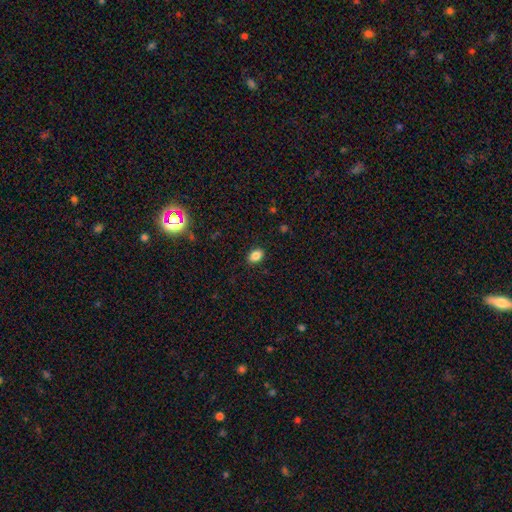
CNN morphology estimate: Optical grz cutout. It shows a smooth galaxy with no disk features (86%) that is in between round and cigar-shaped (81%). Merging: none (88%).